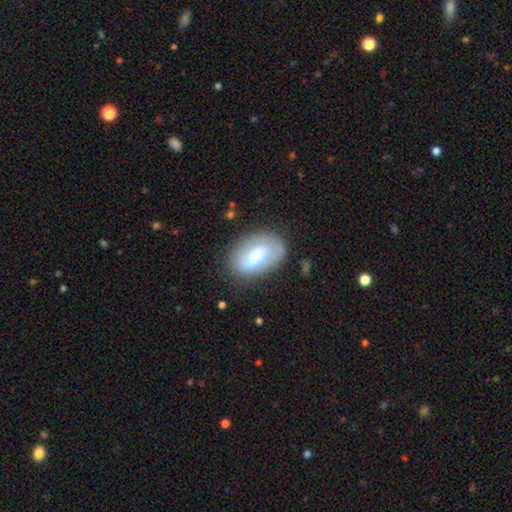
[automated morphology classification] Smooth or featured? Predicted: smooth (p=0.56). How rounded? Predicted: in between (p=0.88). Merging? Predicted: none (p=0.75).